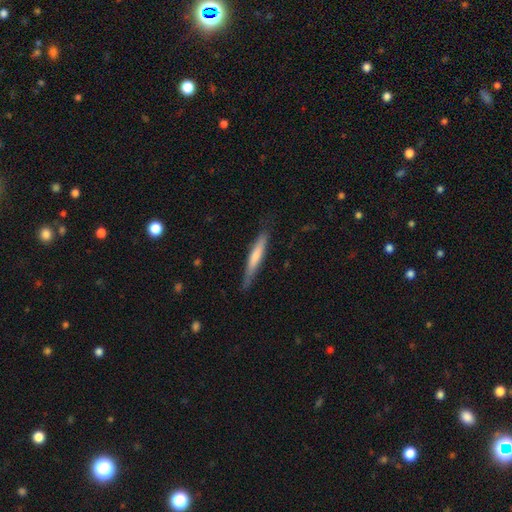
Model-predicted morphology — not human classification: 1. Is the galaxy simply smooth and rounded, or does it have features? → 61% smooth, 33% featured or disk, 5% star or artifact.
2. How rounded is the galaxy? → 93% cigar-shaped, 6% in between, 1% round.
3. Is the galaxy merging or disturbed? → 78% none, 17% minor disturbance, 3% major disturbance, 1% merger.